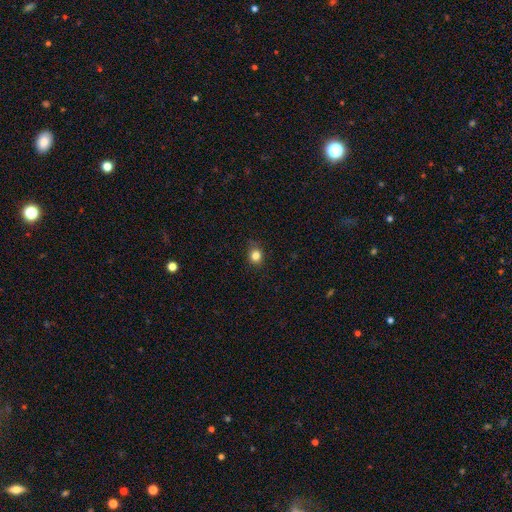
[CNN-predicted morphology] Q: Smooth or featured?
A: smooth (82%); runner-up: star or artifact (12%)
Q: How rounded?
A: round (75%); runner-up: in between (24%)
Q: Merging?
A: none (82%); runner-up: minor disturbance (14%)